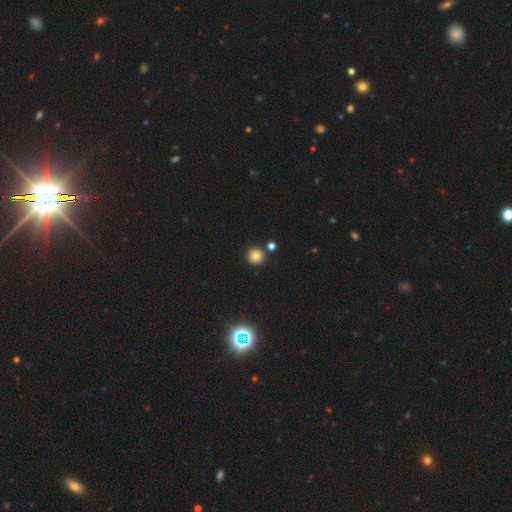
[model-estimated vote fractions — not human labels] This is clearly a smooth galaxy (80%). How rounded: clearly round (94%). Merging: clearly none (84%).